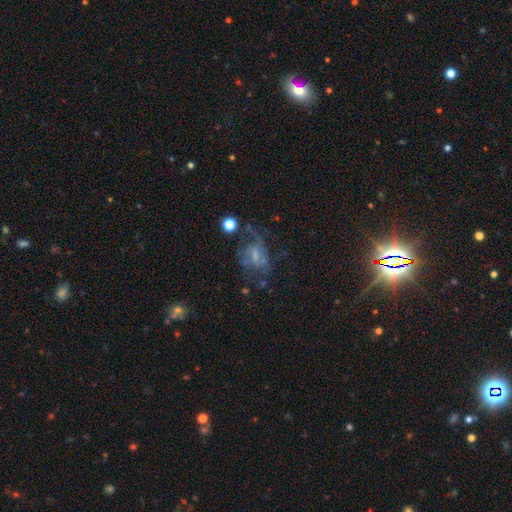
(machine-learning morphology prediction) type=featured or disk (53%); edge-on=no (96%); bar=no (51%); spiral arms=yes (51%); bulge=small (41%); merging=major disturbance (41%).